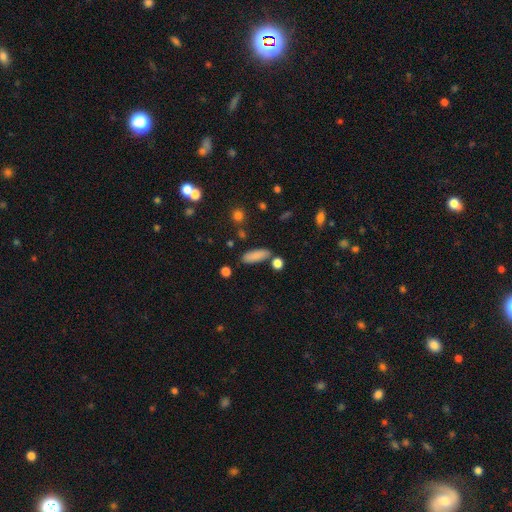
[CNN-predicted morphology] type=smooth (86%); roundness=in between (56%); merging=none (80%).